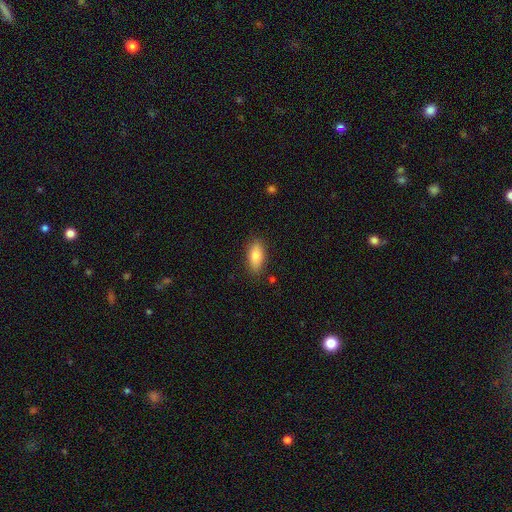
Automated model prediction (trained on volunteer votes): smooth-or-featured: smooth: 82% | featured or disk: 11% | star or artifact: 7%
  how-rounded: in between: 86% | cigar-shaped: 10% | round: 3%
  merging: none: 85% | minor disturbance: 11% | major disturbance: 2% | merger: 1%